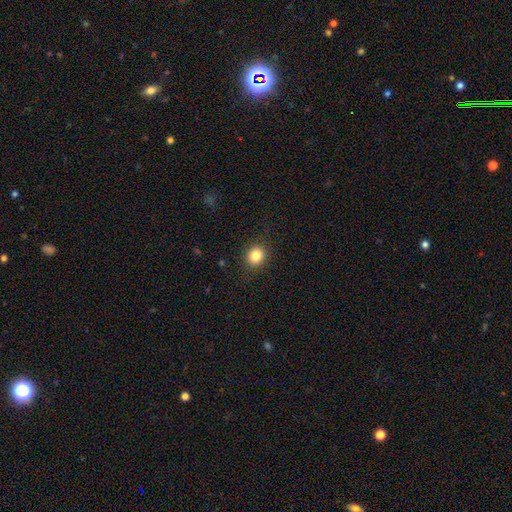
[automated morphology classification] A smooth galaxy with no disk features (84%) that is round (75%). Merging: none (89%).